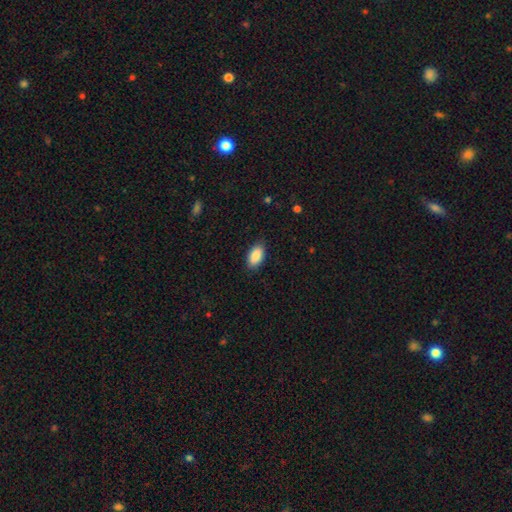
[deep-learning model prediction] This appears to be a smooth galaxy with no disk features (90%) that is in between round and cigar-shaped (94%). Merging: none (86%).